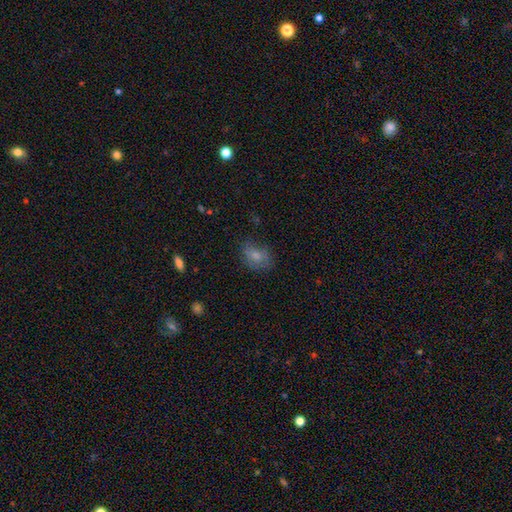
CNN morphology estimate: Smooth or featured? Predicted: smooth (p=0.67). How rounded? Predicted: in between (p=0.70). Merging? Predicted: none (p=0.58).